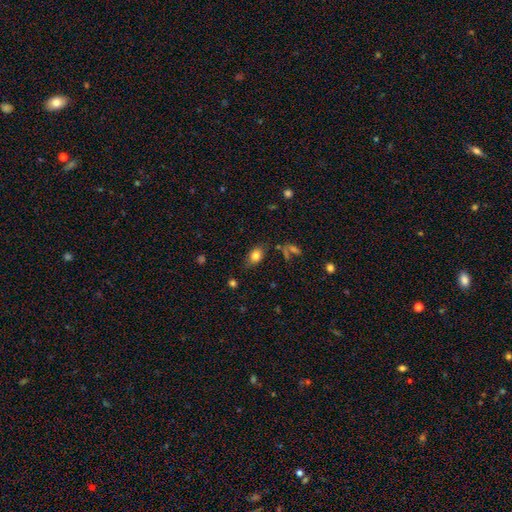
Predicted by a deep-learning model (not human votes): smooth-or-featured: smooth: 80% | featured or disk: 10% | star or artifact: 10%
  how-rounded: in between: 83% | round: 15% | cigar-shaped: 2%
  merging: none: 78% | minor disturbance: 15% | major disturbance: 4% | merger: 3%